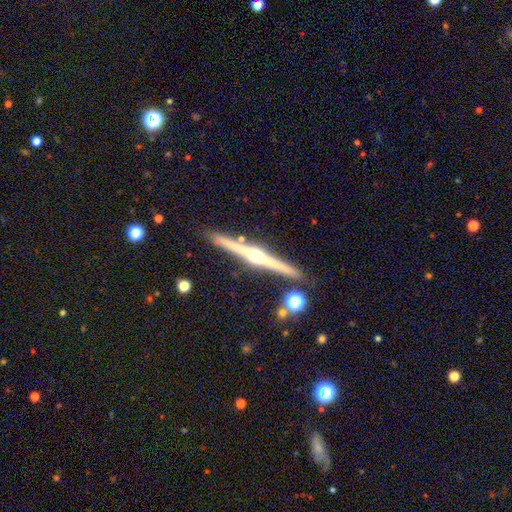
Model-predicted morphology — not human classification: Smooth or featured?
  - featured or disk: 86% *
  - smooth: 9%
  - star or artifact: 5%
Edge-on disk?
  - yes: 99% *
  - no: 1%
Edge-on bulge?
  - rounded: 93% *
  - boxy: 4%
  - none: 3%
Merging?
  - none: 89% *
  - minor disturbance: 7%
  - merger: 3%
  - major disturbance: 1%